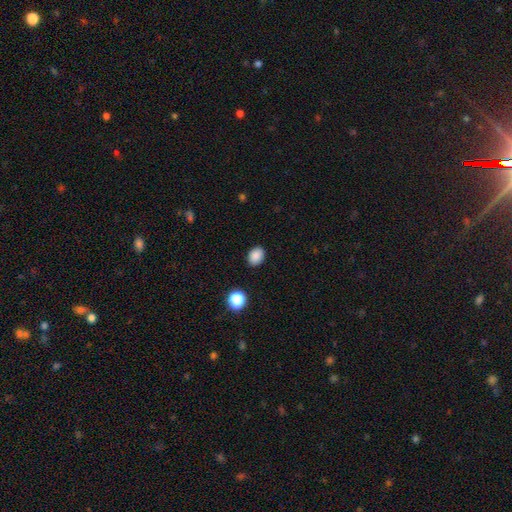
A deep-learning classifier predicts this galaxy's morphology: smooth_or_featured: smooth (p=0.87) [alt: star or artifact p=0.10]
how_rounded: in between (p=0.59) [alt: round p=0.40]
merging: none (p=0.87) [alt: minor disturbance p=0.09]